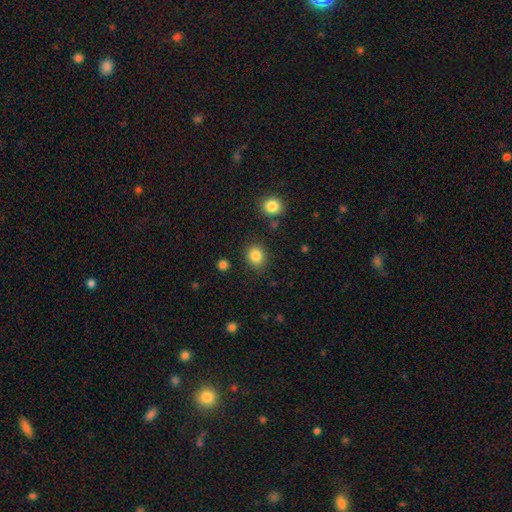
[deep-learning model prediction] This appears to be a smooth galaxy with no disk features (85%) that is round (72%). Merging: none (85%).